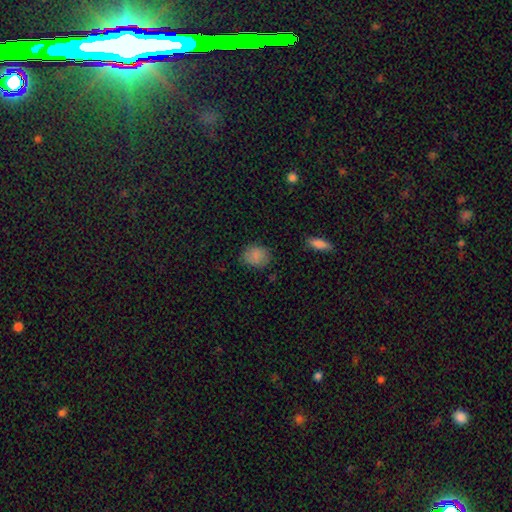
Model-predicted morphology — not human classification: A smooth galaxy with no disk features (85%) that is round (60%).

Vote fractions:
- Smooth or featured? smooth: 85% / star or artifact: 9% / featured or disk: 6%
- How rounded? round: 60% / in between: 39% / cigar-shaped: 1%
- Merging? none: 79% / minor disturbance: 16% / major disturbance: 4% / merger: 1%